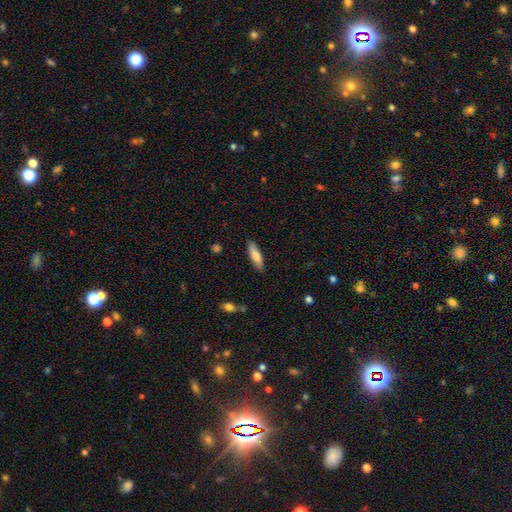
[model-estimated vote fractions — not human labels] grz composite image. It shows a smooth galaxy with no disk features (77%) that is cigar-shaped (58%). Merging: none (86%).